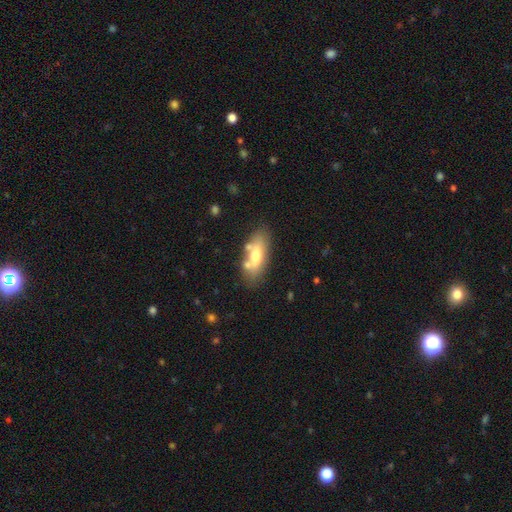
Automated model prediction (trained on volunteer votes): This is possibly a smooth galaxy (58%). How rounded: likely in between (75%). Merging: likely none (66%).